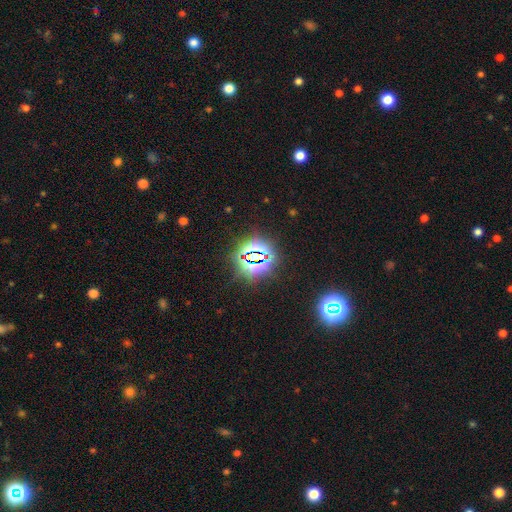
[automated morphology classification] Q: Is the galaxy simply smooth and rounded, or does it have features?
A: star or artifact — 79%.